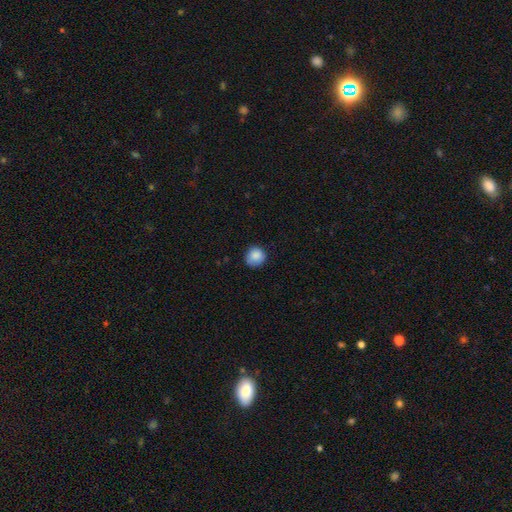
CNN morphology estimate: smooth_or_featured: smooth (p=0.87) [alt: star or artifact p=0.08]
how_rounded: round (p=0.89) [alt: in between p=0.10]
merging: none (p=0.79) [alt: minor disturbance p=0.16]